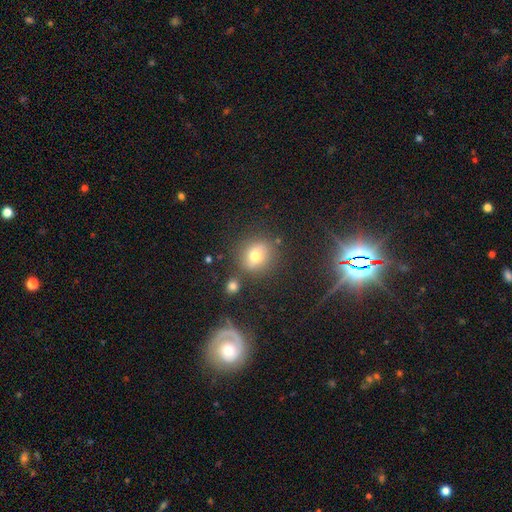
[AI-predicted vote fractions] The model was most divided on "smooth or featured": smooth: 70%, featured or disk: 15%, star or artifact: 15%. More confident: how rounded — round (80%); merging — none (77%).